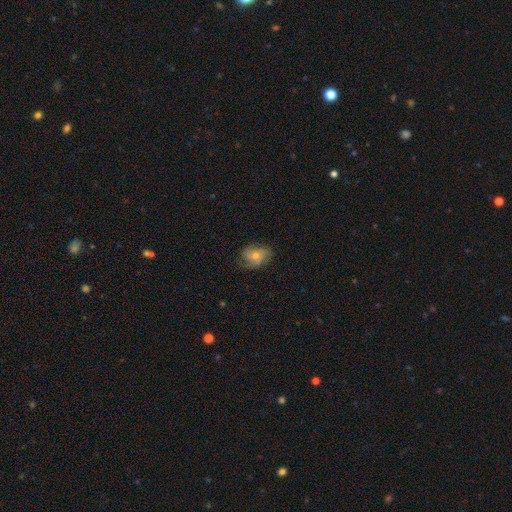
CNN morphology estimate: A featured or disk galaxy (64%) with no bar (75%), 3 (32%) medium (44%) spiral arms (89%) and a small central bulge (48%, tied with moderate). Merging: none (70%).